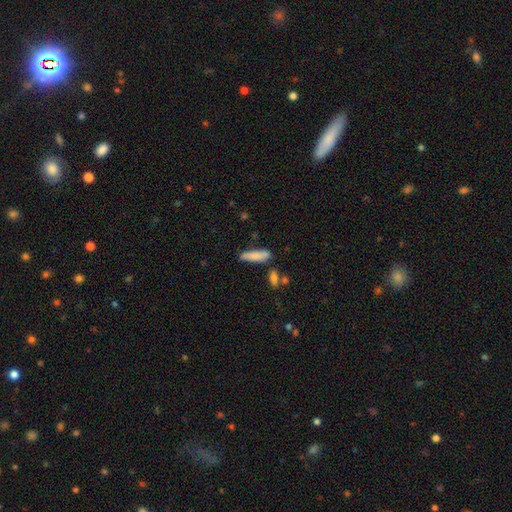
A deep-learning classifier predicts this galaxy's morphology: Smooth or featured? smooth (83%)
How rounded? cigar-shaped (70%)
Merging? none (70%)